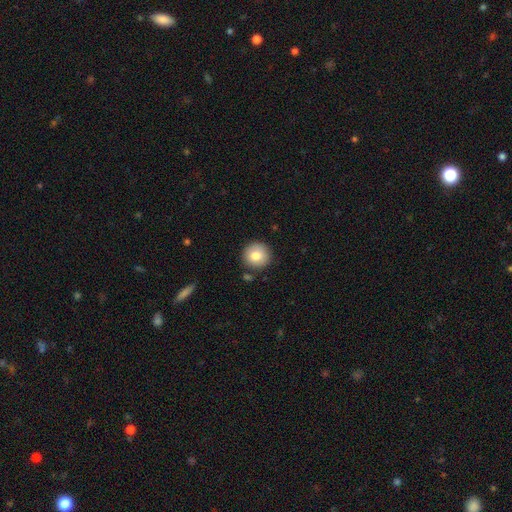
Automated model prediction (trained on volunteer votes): A smooth galaxy with no disk features (81%) that is round (93%).

Vote fractions:
- Smooth or featured? smooth: 81% / featured or disk: 11% / star or artifact: 9%
- How rounded? round: 93% / in between: 6% / cigar-shaped: 1%
- Merging? none: 86% / minor disturbance: 8% / merger: 3% / major disturbance: 2%